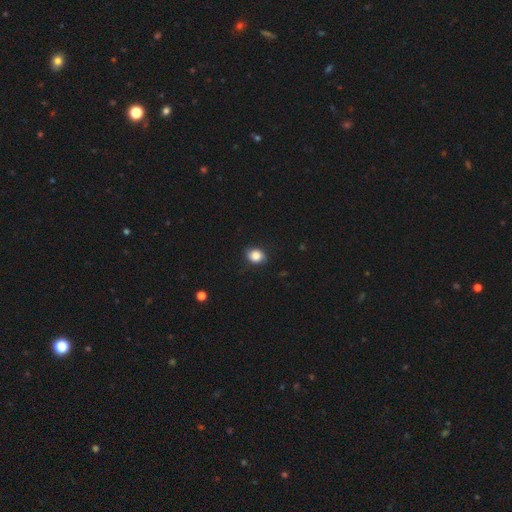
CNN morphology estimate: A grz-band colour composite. It shows a smooth galaxy with no disk features (85%) that is round (56%). Merging: none (84%).